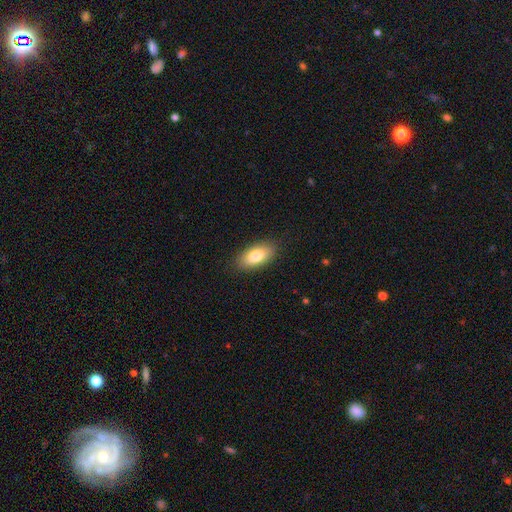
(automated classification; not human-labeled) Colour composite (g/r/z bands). It shows a smooth galaxy with no disk features (80%) that is in between round and cigar-shaped (90%). Merging: none (88%).